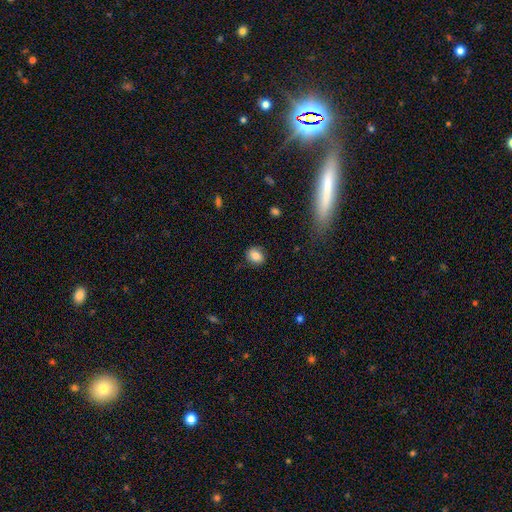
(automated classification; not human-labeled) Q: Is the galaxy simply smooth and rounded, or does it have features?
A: smooth — 79%.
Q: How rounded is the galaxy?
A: round — 59%.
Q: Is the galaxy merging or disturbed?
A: none — 78%.